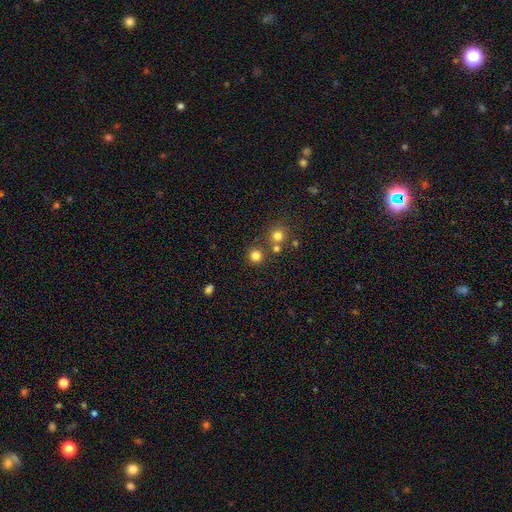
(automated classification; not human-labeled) Q: Smooth or featured?
A: smooth (78%); runner-up: star or artifact (16%)
Q: How rounded?
A: round (93%); runner-up: in between (6%)
Q: Merging?
A: none (78%); runner-up: merger (13%)